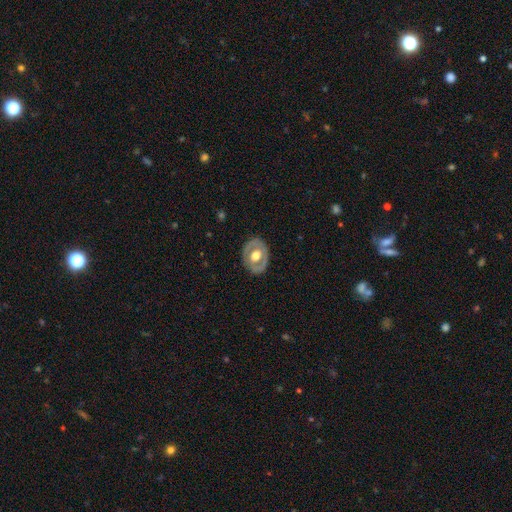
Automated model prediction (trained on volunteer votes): This is possibly a featured or disk galaxy (56%). It is clearly not viewed edge-on (93%). Bar: likely no (80%). Spiral arm pattern: clearly no (84%). Central bulge: possibly moderate (54%). Merging: clearly none (82%).